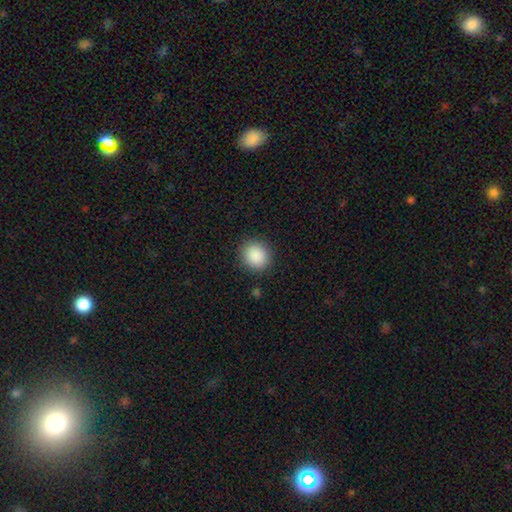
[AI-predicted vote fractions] A smooth galaxy with no disk features (89%) that is round (85%). Merging: none (89%).